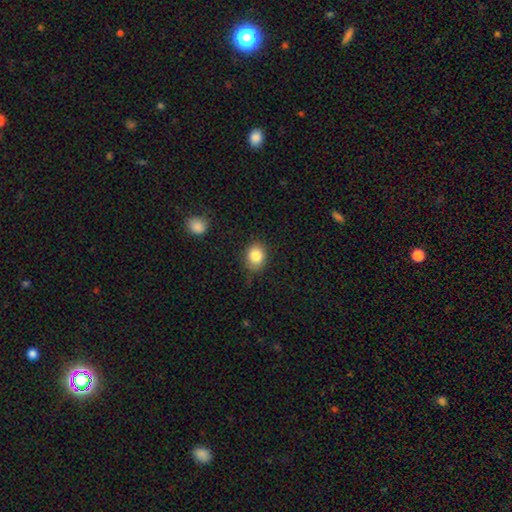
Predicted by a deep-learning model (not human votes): Overall: smooth (84%). How rounded: round (54%; in between 45%). Merging: none (80%).